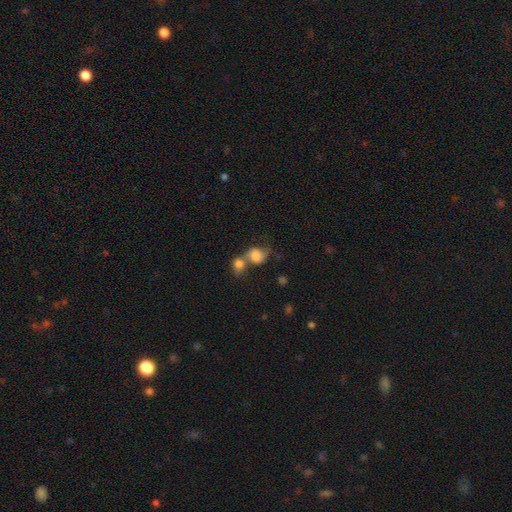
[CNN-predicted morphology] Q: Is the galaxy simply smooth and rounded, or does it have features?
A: smooth — 71%.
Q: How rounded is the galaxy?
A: round — 62%.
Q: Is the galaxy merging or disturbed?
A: merger — 61%.